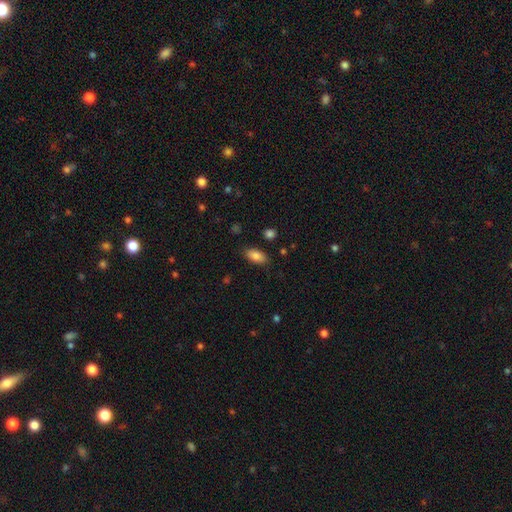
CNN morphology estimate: The model was most divided on "merging": none: 83%, minor disturbance: 12%, major disturbance: 3%, merger: 2%. More confident: how rounded — in between (90%); smooth or featured — smooth (84%).